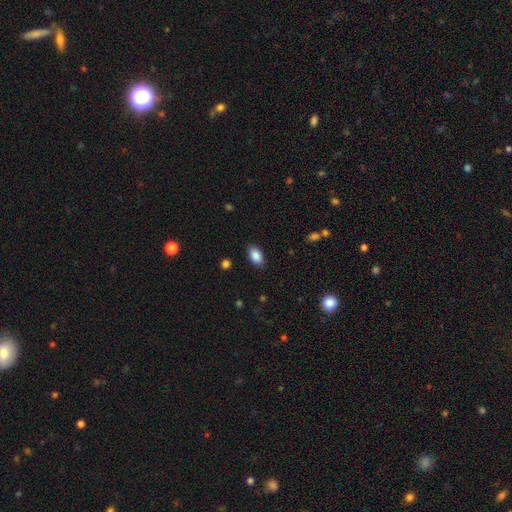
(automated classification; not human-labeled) smooth 89%, star or artifact 7%, featured or disk 4%. Down the decision tree: how rounded — in between (91%); merging — none (87%).